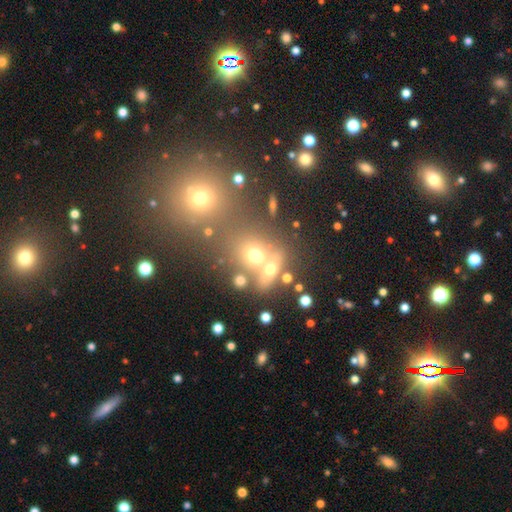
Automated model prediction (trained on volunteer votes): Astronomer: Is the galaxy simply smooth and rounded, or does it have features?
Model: smooth — 56%.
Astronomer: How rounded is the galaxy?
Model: round — 59% (runner-up: in between, 38%).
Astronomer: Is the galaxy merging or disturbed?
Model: merger — 44% (runner-up: none, 42%).